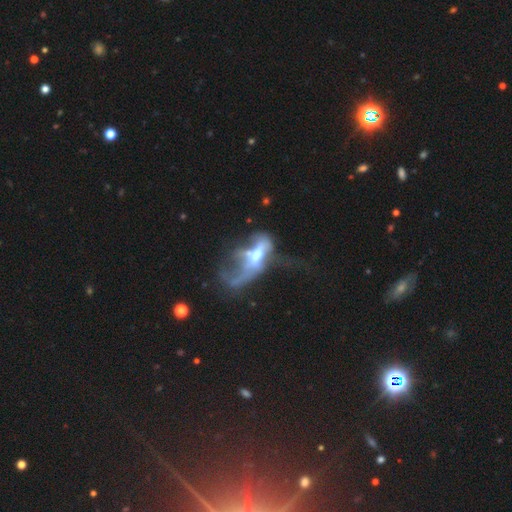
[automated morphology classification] Overall: featured or disk (62%; smooth 28%). Edge-on disk: no (88%). Bar: no (61%; weak 25%). Spiral arms: no (71%). Bulge size: moderate (53%; large 19%). Merging: major disturbance (51%; merger 29%).